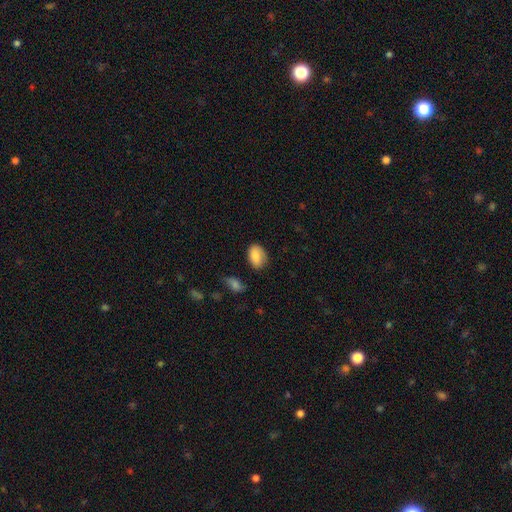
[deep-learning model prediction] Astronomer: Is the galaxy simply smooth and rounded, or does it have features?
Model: smooth — 86%.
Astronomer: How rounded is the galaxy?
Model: in between — 81%.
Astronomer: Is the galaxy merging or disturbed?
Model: none — 73%.